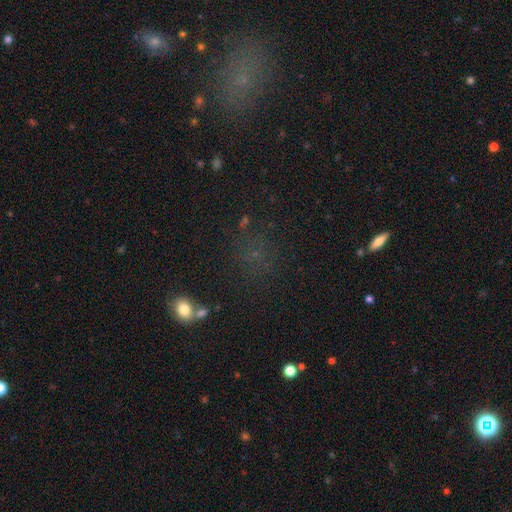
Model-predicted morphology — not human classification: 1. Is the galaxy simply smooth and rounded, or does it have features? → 50% smooth, 38% star or artifact, 13% featured or disk.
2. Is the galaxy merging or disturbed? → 67% none, 15% minor disturbance, 10% major disturbance, 9% merger.